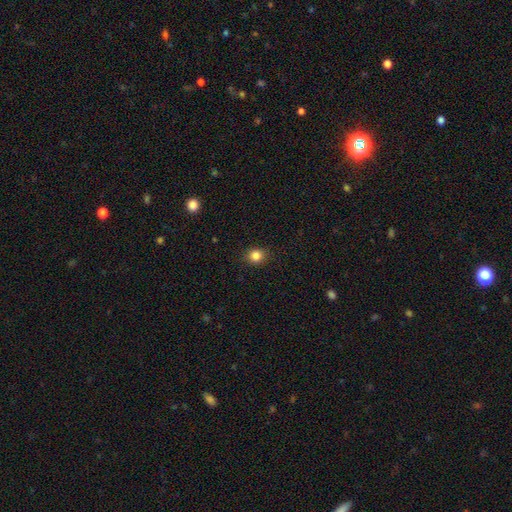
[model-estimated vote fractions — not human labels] smooth-or-featured: smooth: 84% | star or artifact: 11% | featured or disk: 5%
  how-rounded: round: 77% | in between: 22% | cigar-shaped: 1%
  merging: none: 89% | minor disturbance: 8% | major disturbance: 2% | merger: 1%